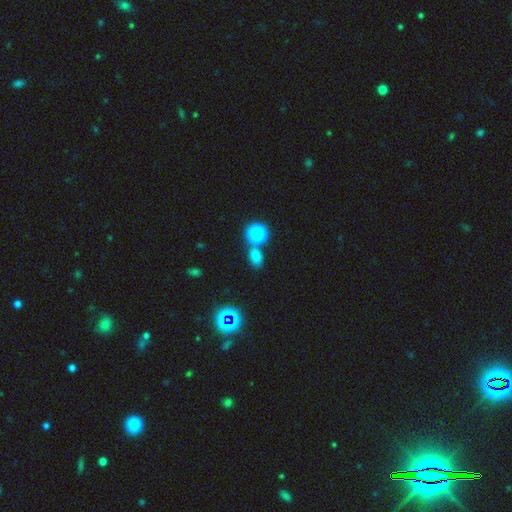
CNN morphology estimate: smooth_or_featured: smooth (p=0.69) [alt: star or artifact p=0.24]
how_rounded: in between (p=0.65) [alt: round p=0.34]
merging: none (p=0.67) [alt: merger p=0.18]